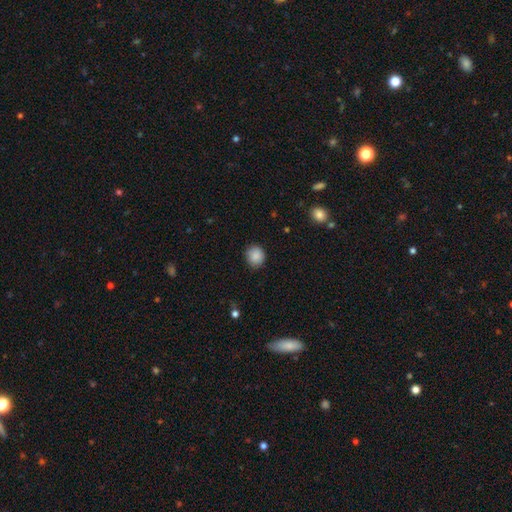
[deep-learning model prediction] smooth 88%, star or artifact 9%, featured or disk 4%. Down the decision tree: how rounded — round (83%); merging — none (86%).